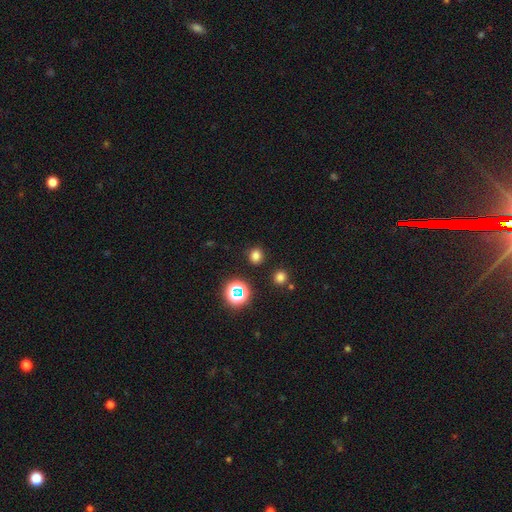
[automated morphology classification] The model was most divided on "smooth or featured": smooth: 74%, star or artifact: 21%, featured or disk: 5%. More confident: merging — none (87%); how rounded — round (77%).